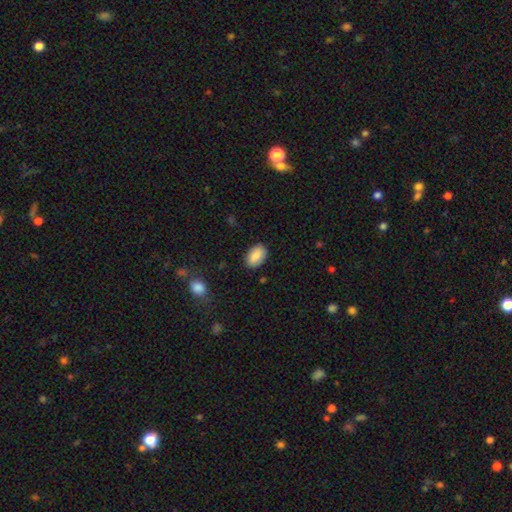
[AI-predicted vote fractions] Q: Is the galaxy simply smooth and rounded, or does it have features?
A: smooth — 86%.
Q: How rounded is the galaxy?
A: in between — 91%.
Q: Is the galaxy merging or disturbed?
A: none — 86%.